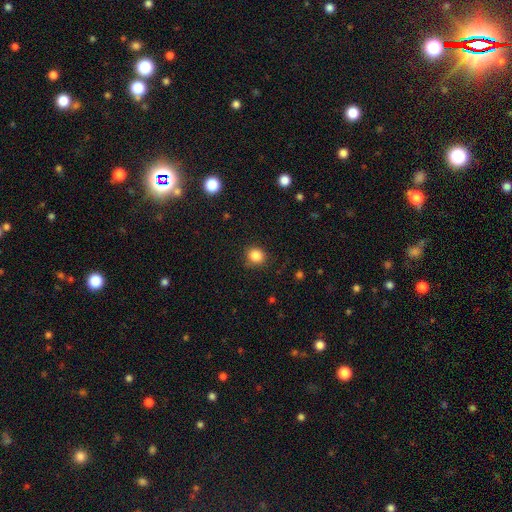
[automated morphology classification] smooth_or_featured: smooth (p=0.85) [alt: star or artifact p=0.11]
how_rounded: round (p=0.86) [alt: in between p=0.13]
merging: none (p=0.87) [alt: minor disturbance p=0.09]